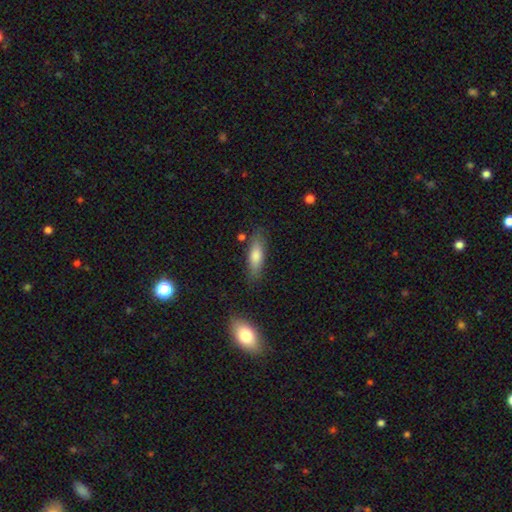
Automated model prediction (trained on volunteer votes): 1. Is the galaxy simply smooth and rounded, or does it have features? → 73% smooth, 20% featured or disk, 7% star or artifact.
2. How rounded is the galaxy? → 52% cigar-shaped, 46% in between, 2% round.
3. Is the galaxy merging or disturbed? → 79% none, 14% minor disturbance, 4% merger, 3% major disturbance.